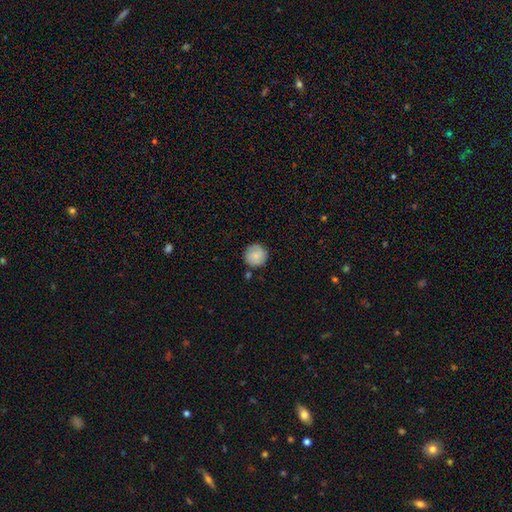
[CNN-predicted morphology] A smooth galaxy with no disk features (82%) that is round (95%).

Vote fractions:
- Smooth or featured? smooth: 82% / featured or disk: 11% / star or artifact: 7%
- How rounded? round: 95% / in between: 4% / cigar-shaped: 1%
- Merging? none: 82% / minor disturbance: 11% / merger: 4% / major disturbance: 3%